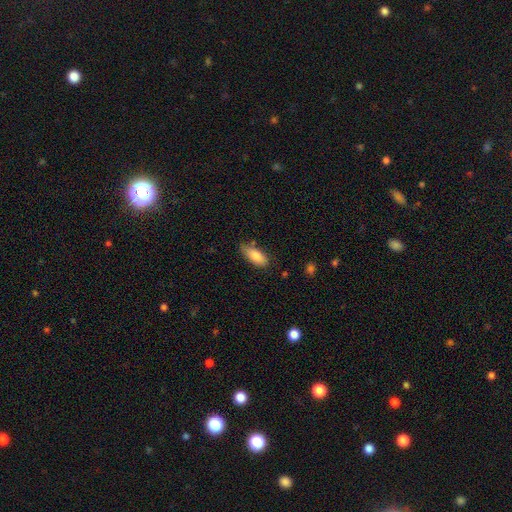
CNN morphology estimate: Smooth or featured? Predicted: smooth (p=0.84). How rounded? Predicted: in between (p=0.83). Merging? Predicted: none (p=0.69).